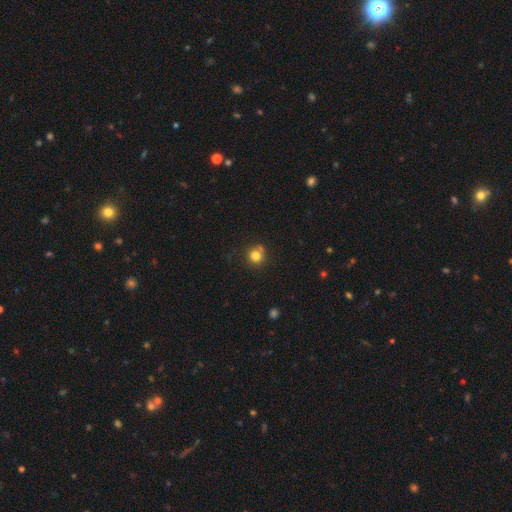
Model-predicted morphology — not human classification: This is clearly a smooth galaxy (81%). How rounded: clearly round (90%). Merging: likely none (71%).